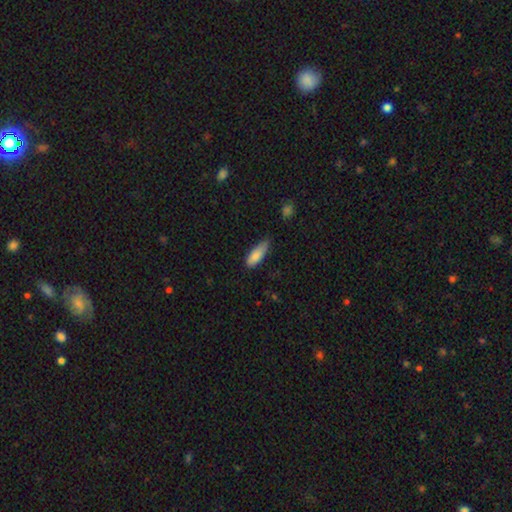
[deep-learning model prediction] This appears to be a smooth galaxy with no disk features (84%) that is in between round and cigar-shaped (70%). Merging: none (50%).